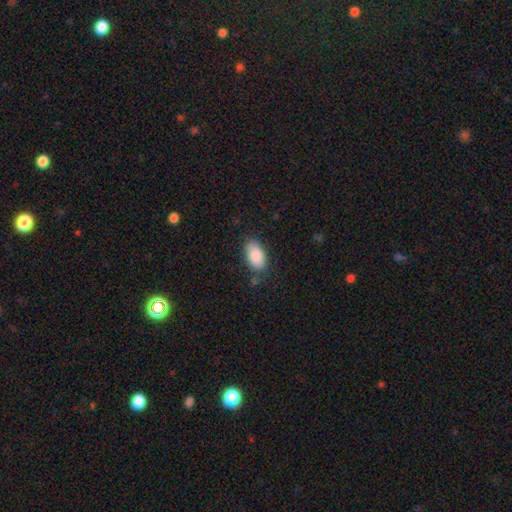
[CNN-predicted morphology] smooth-or-featured: smooth: 88% | star or artifact: 7% | featured or disk: 5%
  how-rounded: in between: 94% | round: 4% | cigar-shaped: 2%
  merging: none: 77% | minor disturbance: 17% | major disturbance: 4% | merger: 2%